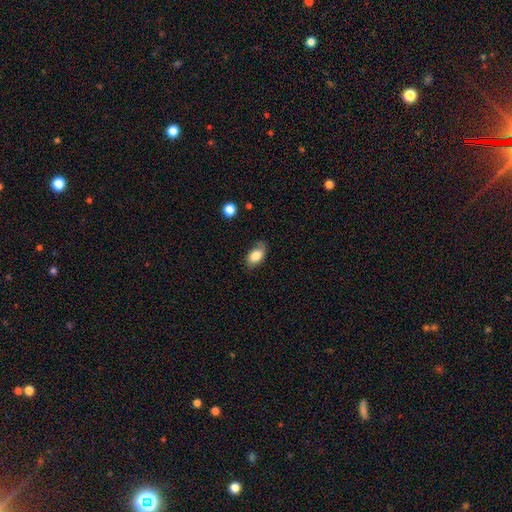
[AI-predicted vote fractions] smooth_or_featured: smooth (p=0.79) [alt: featured or disk p=0.13]
how_rounded: in between (p=0.90) [alt: round p=0.08]
merging: none (p=0.67) [alt: minor disturbance p=0.25]